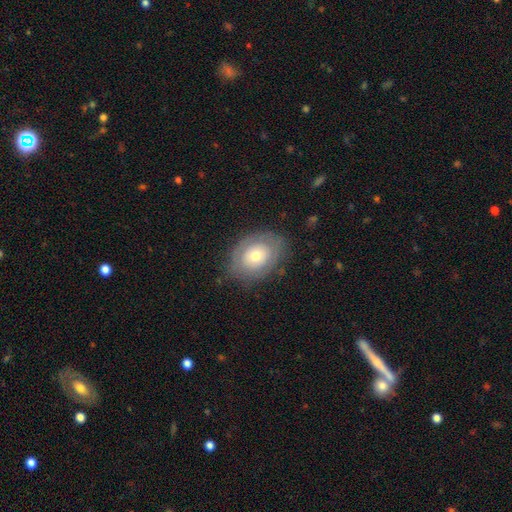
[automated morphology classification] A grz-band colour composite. It shows a smooth galaxy with no disk features (51%) that is in between round and cigar-shaped (67%). Merging: none (77%).